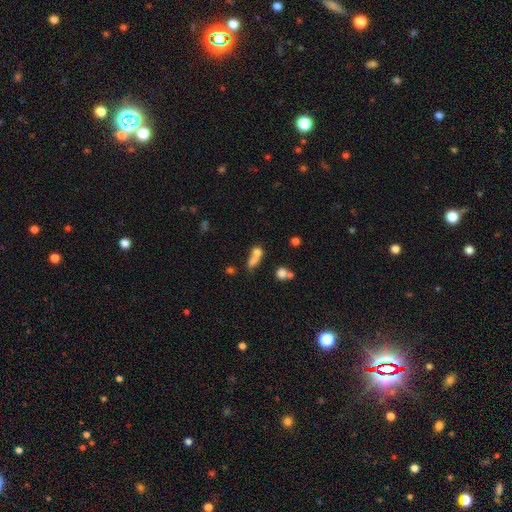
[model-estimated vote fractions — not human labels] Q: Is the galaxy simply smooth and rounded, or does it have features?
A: smooth — 69%.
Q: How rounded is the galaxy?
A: in between — 46%.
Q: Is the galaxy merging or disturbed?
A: merger — 50%.